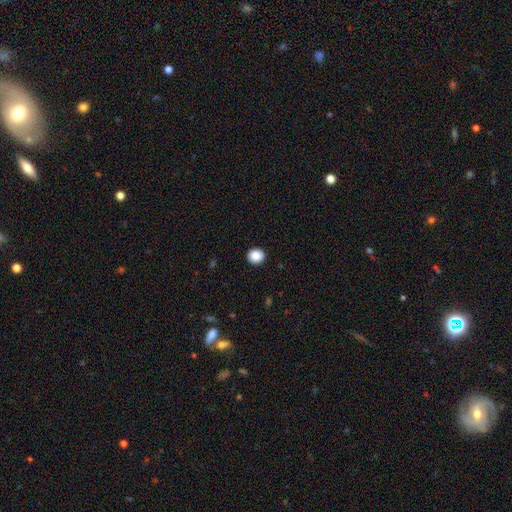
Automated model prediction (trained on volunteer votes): A smooth galaxy with no disk features (88%) that is round (83%).

Vote fractions:
- Smooth or featured? smooth: 88% / star or artifact: 9% / featured or disk: 3%
- How rounded? round: 83% / in between: 17% / cigar-shaped: 1%
- Merging? none: 92% / minor disturbance: 5% / major disturbance: 2% / merger: 1%